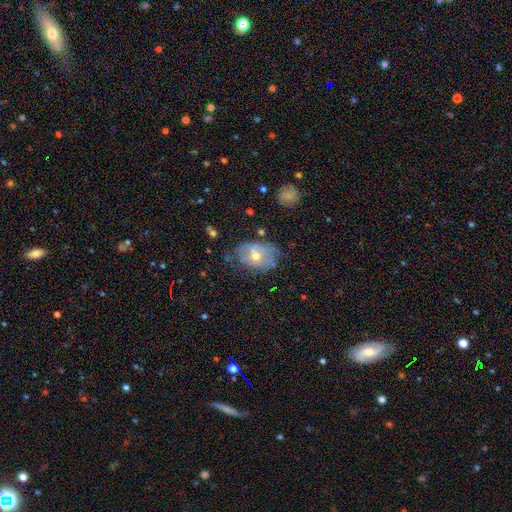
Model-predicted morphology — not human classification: A featured or disk galaxy (50%).

Vote fractions:
- Smooth or featured? featured or disk: 50% / smooth: 42% / star or artifact: 8%
- Merging? none: 54% / minor disturbance: 30% / major disturbance: 12% / merger: 4%